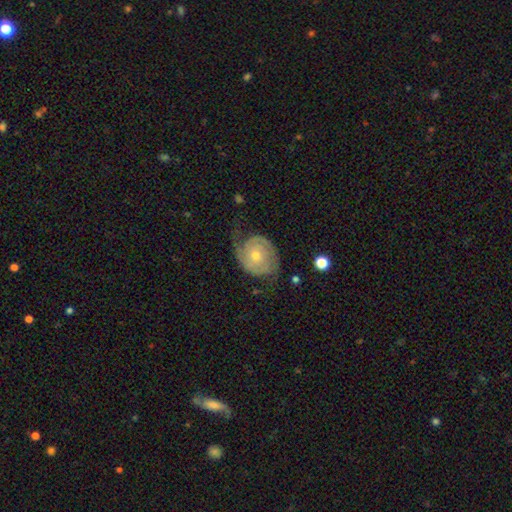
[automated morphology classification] Smooth or featured: featured or disk — 83% (smooth — 12%)
Edge-on disk: no — 97% (yes — 3%)
Bar: no — 76% (weak — 20%)
Spiral arms: yes — 95% (no — 5%)
Spiral winding: tight — 50% (medium — 35%)
Spiral arm count: 2 — 81% (can't tell — 8%)
Bulge size: small — 49% (moderate — 48%)
Merging: none — 65% (minor disturbance — 21%)